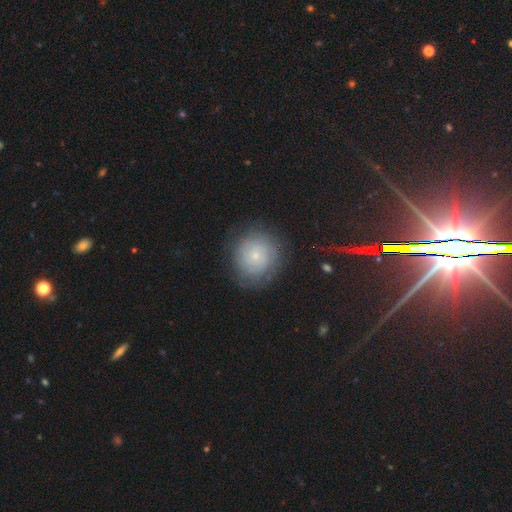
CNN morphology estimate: Smooth or featured: featured or disk — 46% (smooth — 44%)
Merging: none — 80% (minor disturbance — 13%)